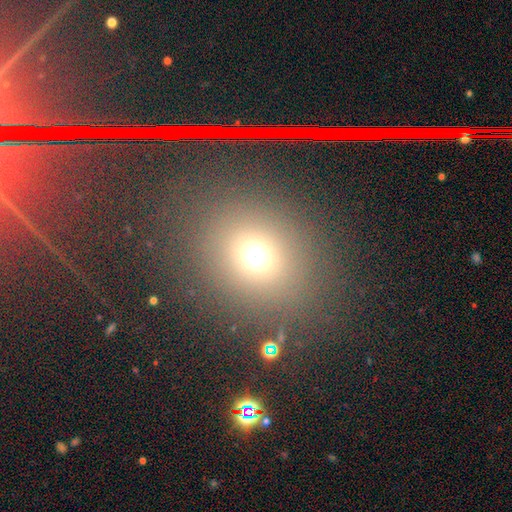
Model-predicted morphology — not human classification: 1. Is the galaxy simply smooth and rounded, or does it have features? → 68% smooth, 23% star or artifact, 8% featured or disk.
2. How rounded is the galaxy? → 78% round, 21% in between, 1% cigar-shaped.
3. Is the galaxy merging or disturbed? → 81% none, 8% minor disturbance, 6% major disturbance, 4% merger.